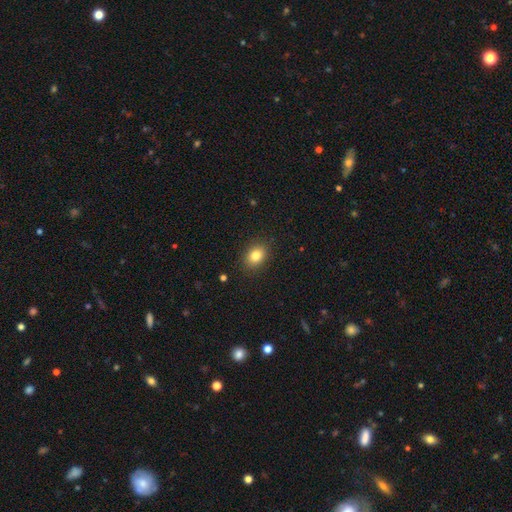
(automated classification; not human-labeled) Smooth or featured?
  - smooth: 83% *
  - star or artifact: 10%
  - featured or disk: 7%
How rounded?
  - in between: 60% *
  - round: 39%
  - cigar-shaped: 1%
Merging?
  - none: 88% *
  - minor disturbance: 8%
  - major disturbance: 2%
  - merger: 1%